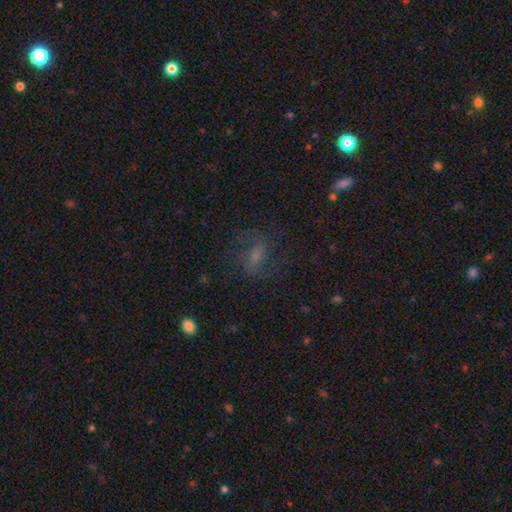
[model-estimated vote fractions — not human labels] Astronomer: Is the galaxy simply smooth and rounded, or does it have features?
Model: featured or disk — 47% (runner-up: smooth, 33%).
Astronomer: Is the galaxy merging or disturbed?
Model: none — 68%.